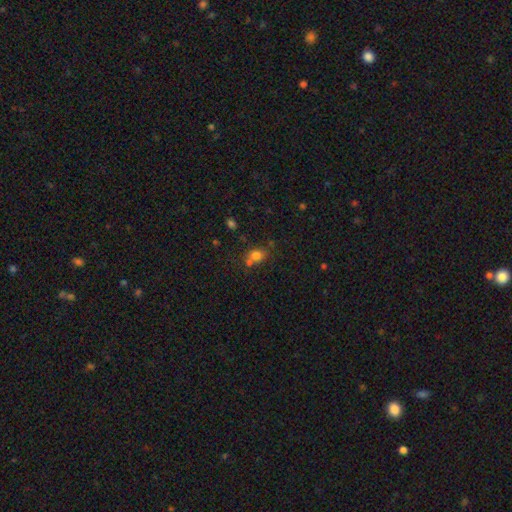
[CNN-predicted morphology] Q: Smooth or featured?
A: smooth (76%); runner-up: star or artifact (15%)
Q: How rounded?
A: round (51%); runner-up: in between (48%)
Q: Merging?
A: none (55%); runner-up: merger (26%)